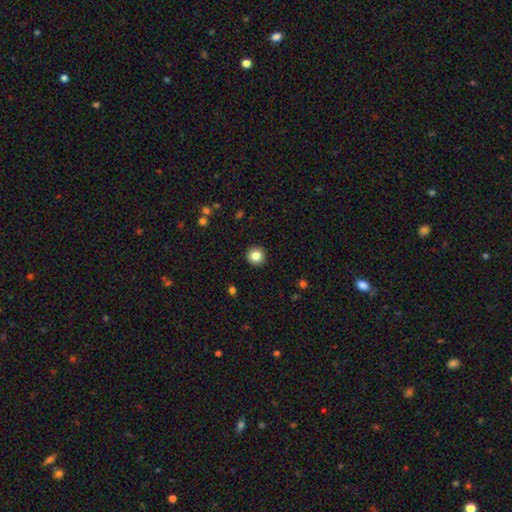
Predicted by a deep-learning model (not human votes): This is clearly a smooth galaxy (83%). How rounded: clearly round (95%). Merging: clearly none (93%).